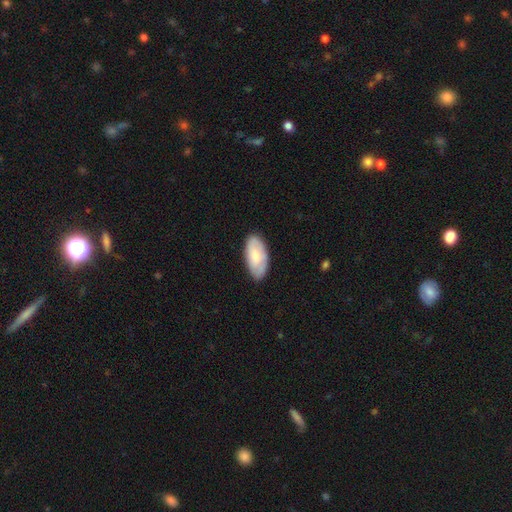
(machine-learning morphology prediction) A smooth galaxy with no disk features (69%) that is in between round and cigar-shaped (93%). Merging: none (81%).